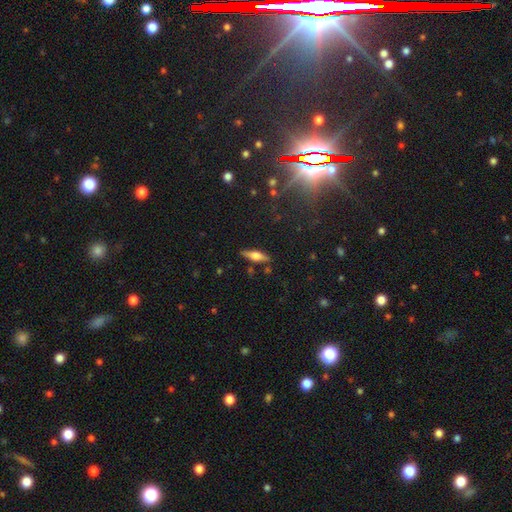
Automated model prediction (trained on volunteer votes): This appears to be a featured or disk galaxy (48%). Merging: none (84%).